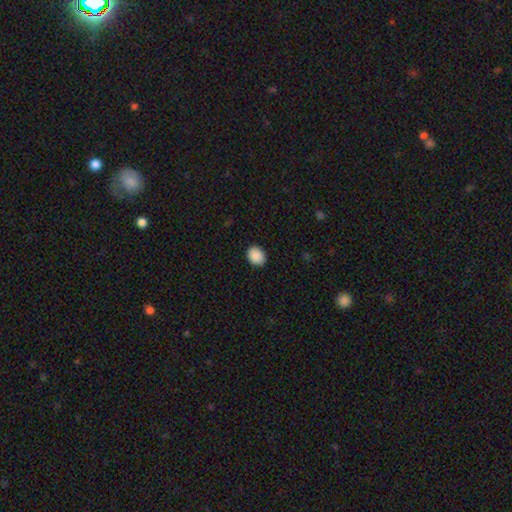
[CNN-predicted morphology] A smooth galaxy with no disk features (90%) that is in between round and cigar-shaped (50%). Merging: none (89%).